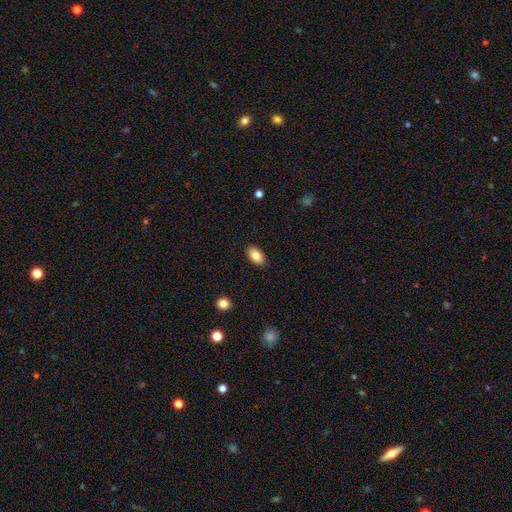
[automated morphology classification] The model was most divided on "smooth or featured": smooth: 83%, featured or disk: 10%, star or artifact: 7%. More confident: how rounded — in between (92%); merging — none (88%).